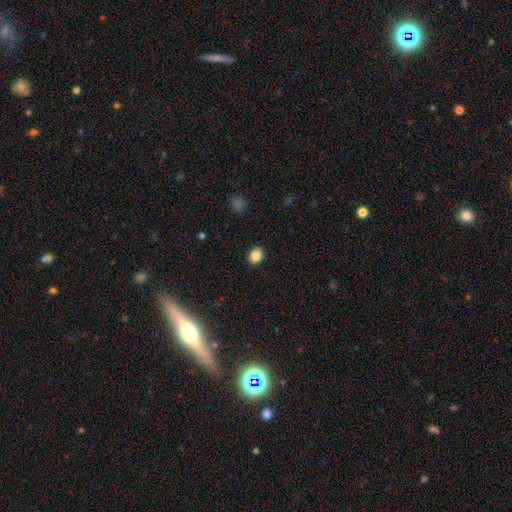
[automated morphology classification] This is clearly a smooth galaxy (86%). How rounded: likely round (61%). Merging: clearly none (91%).